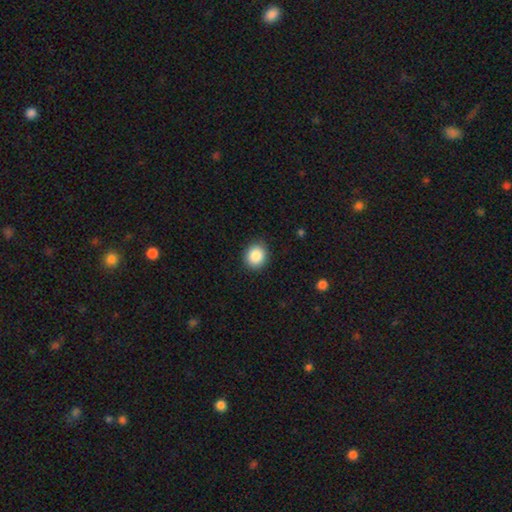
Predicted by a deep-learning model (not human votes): This appears to be a smooth galaxy with no disk features (88%) that is round (76%). Merging: none (89%).